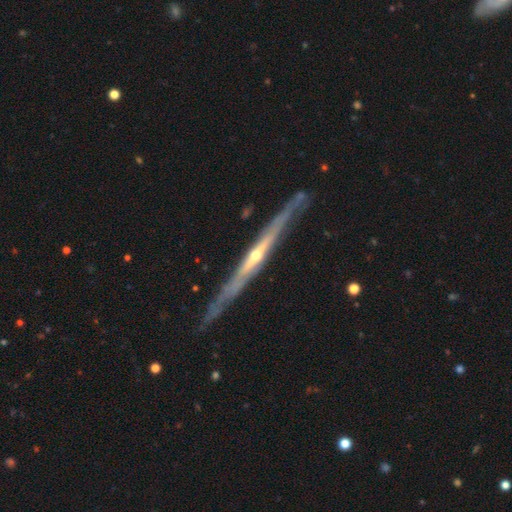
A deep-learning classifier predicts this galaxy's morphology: This appears to be a featured or disk galaxy (84%) viewed edge-on (95%) with a rounded central bulge (65%). Merging: none (81%).